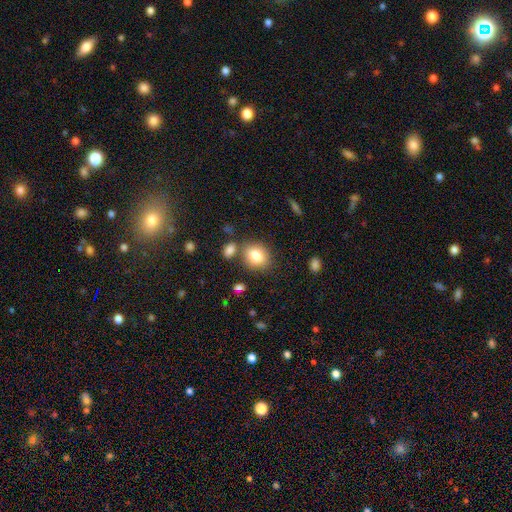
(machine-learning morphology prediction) This appears to be a smooth galaxy with no disk features (81%) that is round (59%). Merging: none (72%).